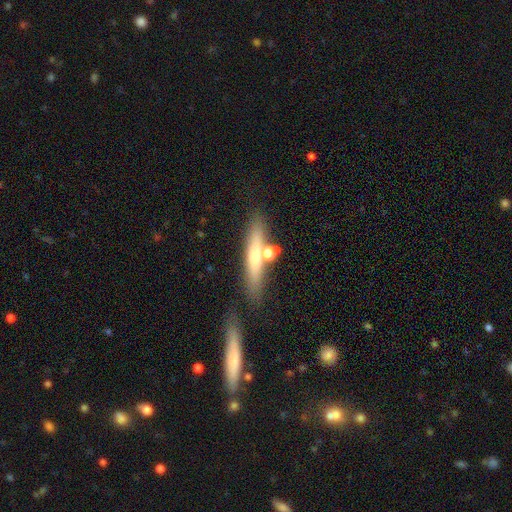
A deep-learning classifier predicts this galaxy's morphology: smooth_or_featured: smooth (p=0.54) [alt: featured or disk p=0.36]
how_rounded: cigar-shaped (p=0.82) [alt: in between p=0.13]
merging: none (p=0.68) [alt: merger p=0.15]